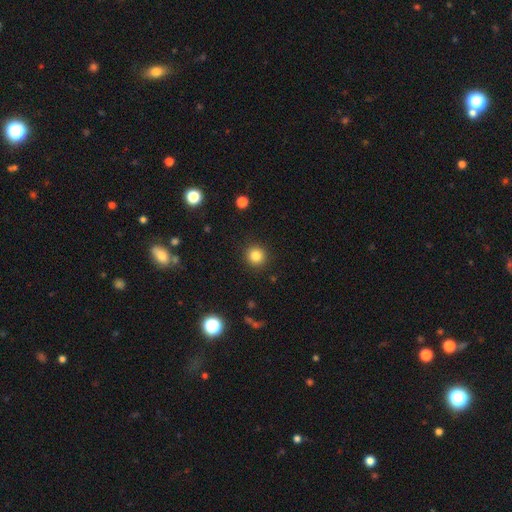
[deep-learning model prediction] This appears to be a smooth galaxy with no disk features (84%) that is round (94%). Merging: none (91%).